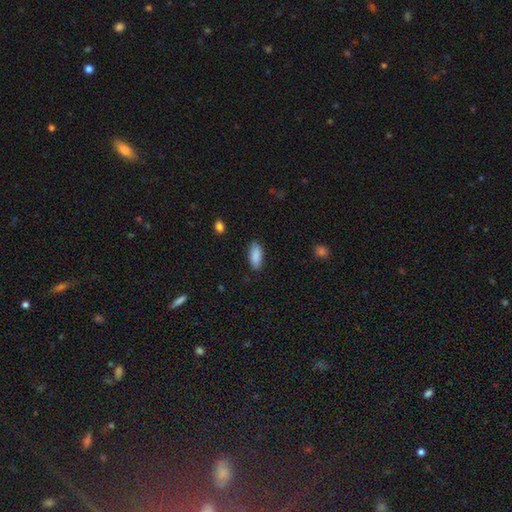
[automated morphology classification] Smooth or featured: smooth — 89% (star or artifact — 6%)
How rounded: in between — 84% (cigar-shaped — 14%)
Merging: none — 83% (minor disturbance — 13%)